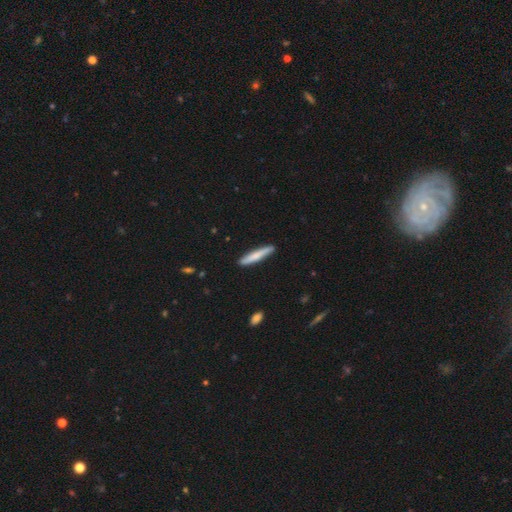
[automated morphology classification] This is likely a smooth galaxy (69%). How rounded: clearly cigar-shaped (94%). Merging: clearly none (87%).